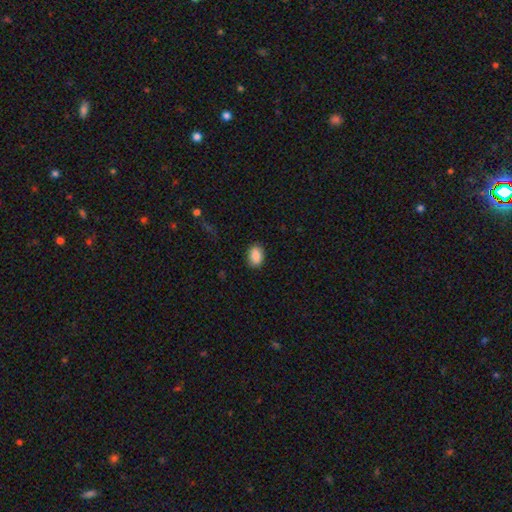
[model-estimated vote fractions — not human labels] Smooth or featured: smooth — 89% (star or artifact — 8%)
How rounded: in between — 83% (round — 16%)
Merging: none — 87% (minor disturbance — 10%)